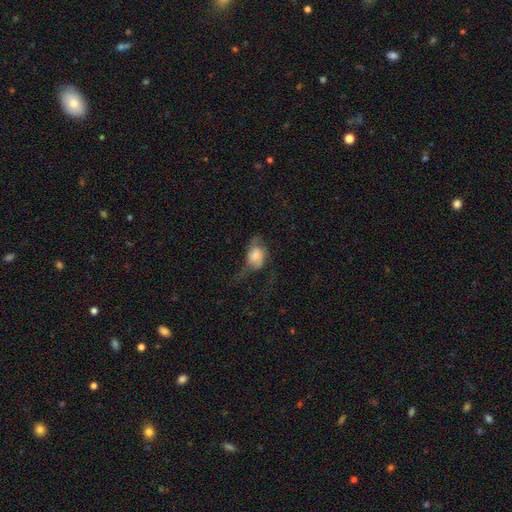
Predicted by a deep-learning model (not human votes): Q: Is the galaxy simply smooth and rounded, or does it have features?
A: smooth — 54%.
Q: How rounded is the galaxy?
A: in between — 77%.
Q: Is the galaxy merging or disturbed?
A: major disturbance — 48%.